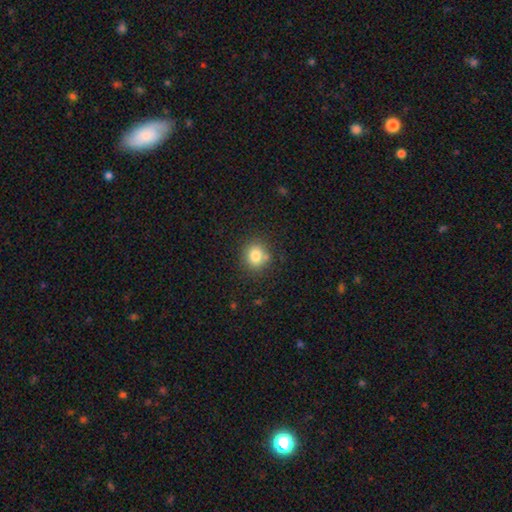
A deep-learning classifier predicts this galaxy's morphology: The model was most divided on "how rounded": round: 80%, in between: 19%, cigar-shaped: 1%. More confident: smooth or featured — smooth (81%); merging — none (79%).